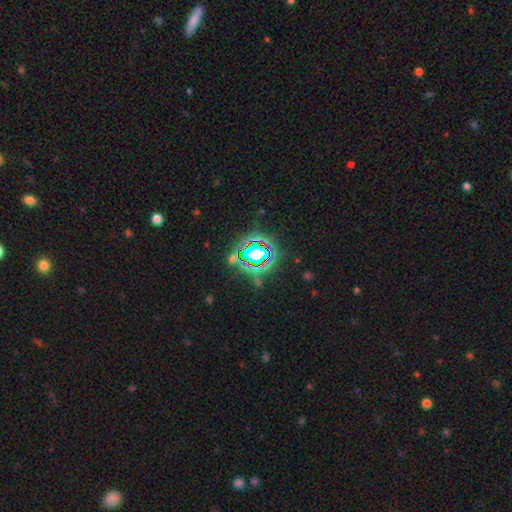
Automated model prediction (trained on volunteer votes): Smooth or featured? star or artifact (73%)